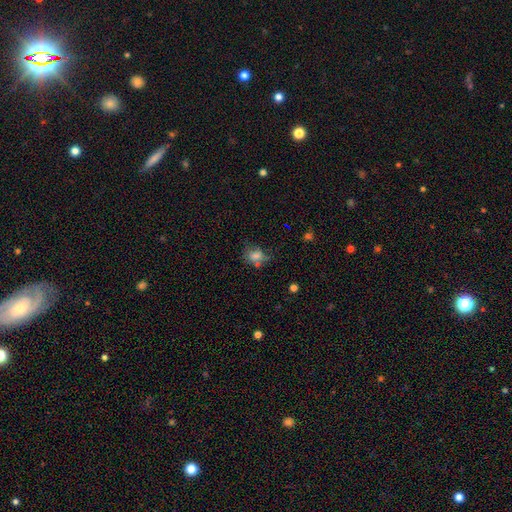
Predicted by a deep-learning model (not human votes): smooth 72%, featured or disk 14%, star or artifact 14%. Down the decision tree: how rounded — in between (55%); merging — none (48%).